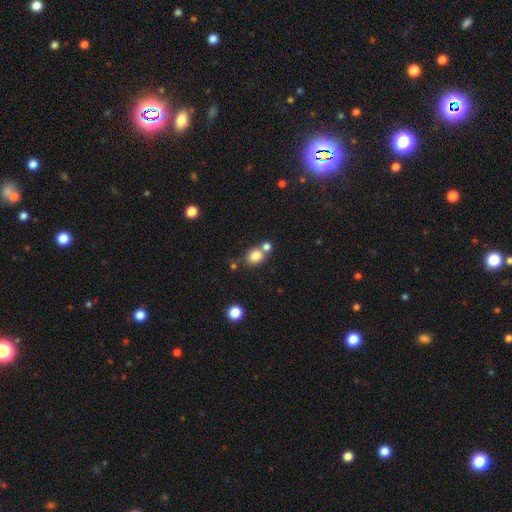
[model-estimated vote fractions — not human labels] Smooth or featured? Predicted: smooth (p=0.81). How rounded? Predicted: round (p=0.67). Merging? Predicted: none (p=0.52).